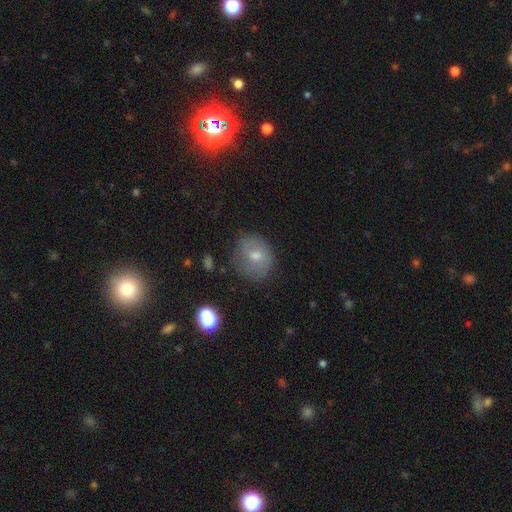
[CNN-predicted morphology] Overall: smooth (56%; featured or disk 28%). How rounded: round (67%; in between 32%). Merging: none (69%).